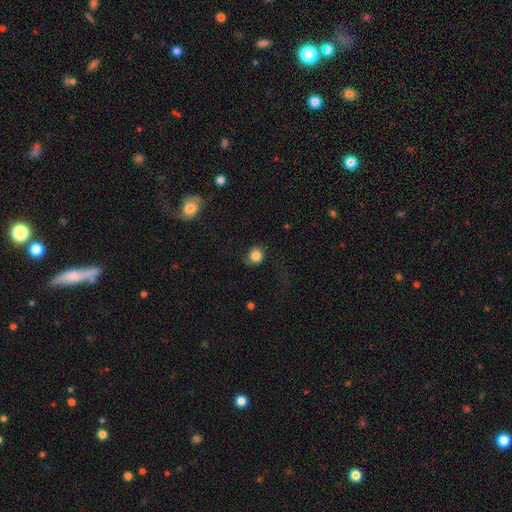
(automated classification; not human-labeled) smooth_or_featured: smooth (p=0.80) [alt: featured or disk p=0.10]
how_rounded: round (p=0.83) [alt: in between p=0.16]
merging: none (p=0.60) [alt: minor disturbance p=0.21]